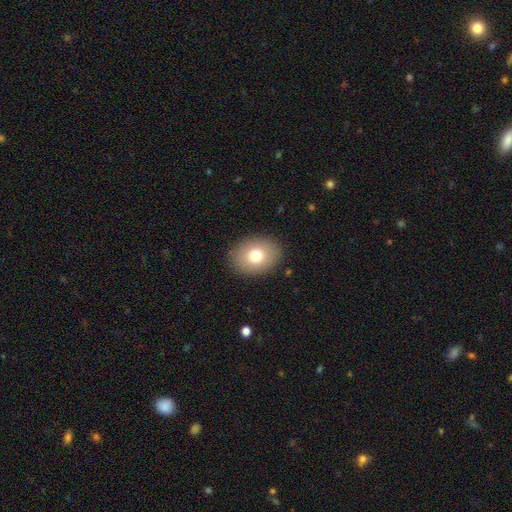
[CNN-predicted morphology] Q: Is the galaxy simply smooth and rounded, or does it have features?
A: smooth — 76%.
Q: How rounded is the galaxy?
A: in between — 62%.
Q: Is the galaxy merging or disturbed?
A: none — 88%.